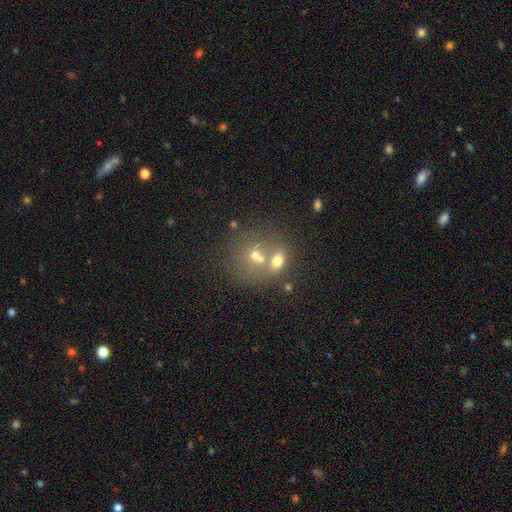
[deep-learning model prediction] smooth_or_featured: smooth (p=0.59) [alt: featured or disk p=0.25]
how_rounded: round (p=0.67) [alt: in between p=0.31]
merging: merger (p=0.53) [alt: none p=0.34]